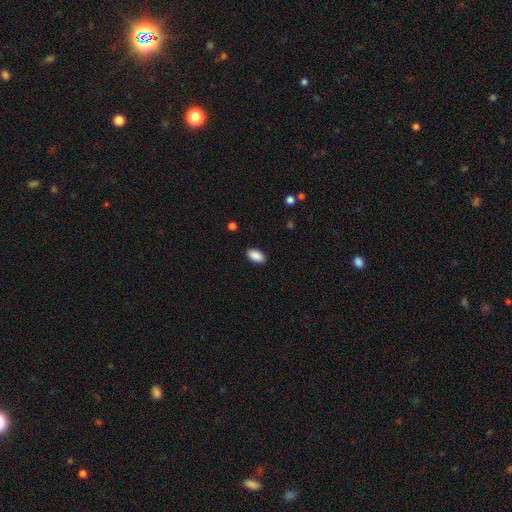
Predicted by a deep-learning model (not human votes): Q: Smooth or featured?
A: smooth (90%); runner-up: star or artifact (7%)
Q: How rounded?
A: in between (94%); runner-up: round (4%)
Q: Merging?
A: none (89%); runner-up: minor disturbance (8%)